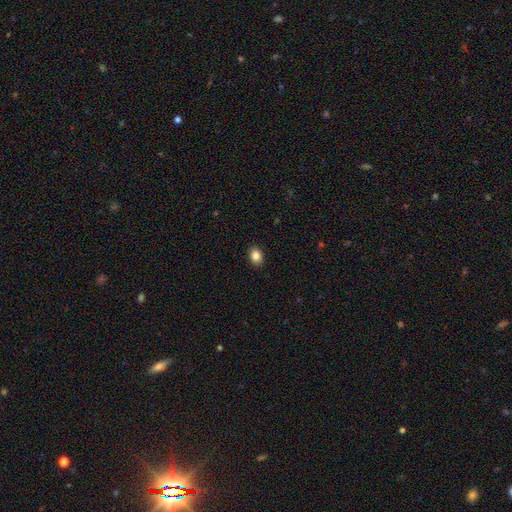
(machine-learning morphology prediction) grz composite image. It shows a smooth galaxy with no disk features (86%) that is in between round and cigar-shaped (66%). Merging: none (90%).